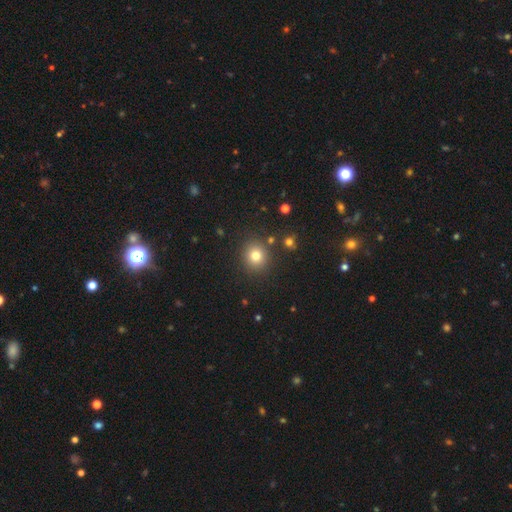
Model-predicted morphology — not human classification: smooth 79%, star or artifact 14%, featured or disk 7%. Down the decision tree: how rounded — round (87%); merging — none (87%).